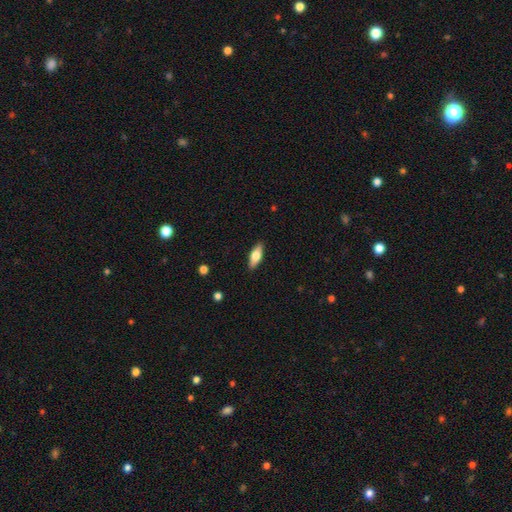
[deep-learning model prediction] Q: Smooth or featured?
A: smooth (66%); runner-up: featured or disk (28%)
Q: How rounded?
A: in between (70%); runner-up: cigar-shaped (27%)
Q: Merging?
A: none (88%); runner-up: minor disturbance (9%)